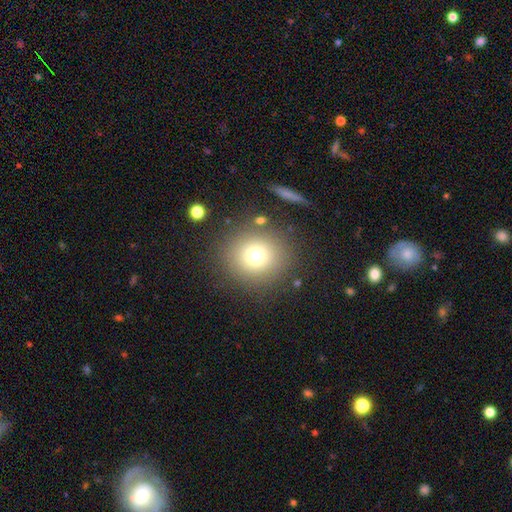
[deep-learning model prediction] This appears to be a smooth galaxy with no disk features (73%) that is round (92%). Merging: none (85%).